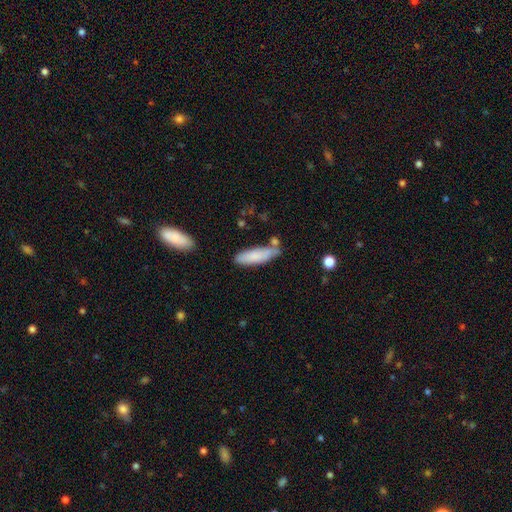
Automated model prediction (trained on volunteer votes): Smooth or featured?
  - smooth: 81% *
  - featured or disk: 13%
  - star or artifact: 6%
How rounded?
  - in between: 50% *
  - cigar-shaped: 48%
  - round: 2%
Merging?
  - none: 62% *
  - minor disturbance: 23%
  - merger: 10%
  - major disturbance: 5%